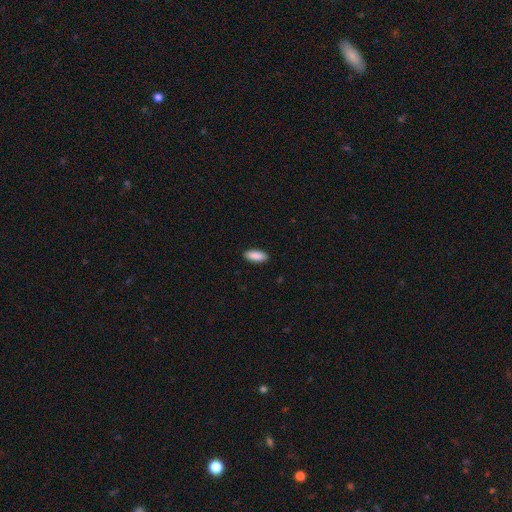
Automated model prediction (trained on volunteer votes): Smooth or featured: smooth — 91% (star or artifact — 6%)
How rounded: in between — 82% (cigar-shaped — 16%)
Merging: none — 90% (minor disturbance — 7%)